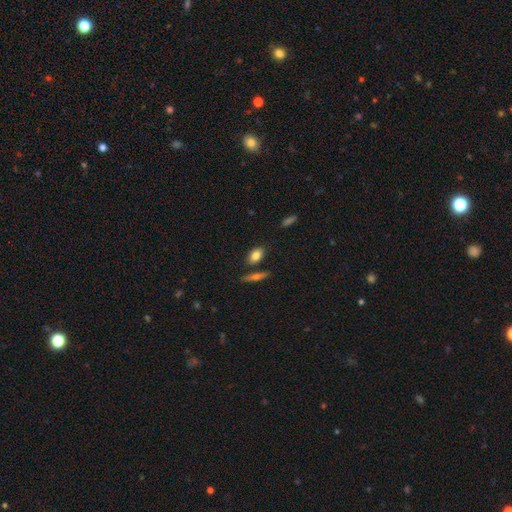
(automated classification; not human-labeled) Overall: smooth (80%). How rounded: in between (80%). Merging: none (76%).